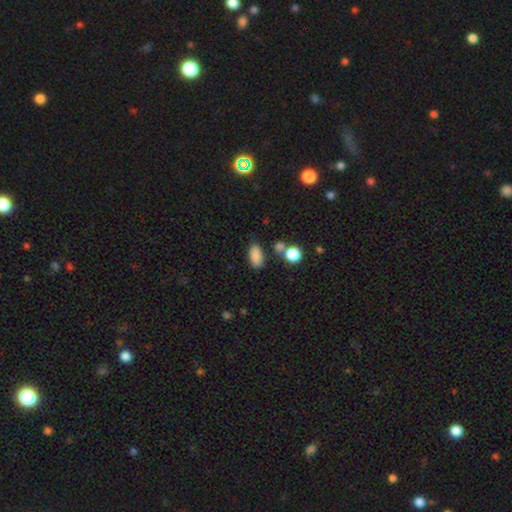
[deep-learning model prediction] This is clearly a smooth galaxy (86%). How rounded: clearly in between (90%). Merging: likely none (76%).